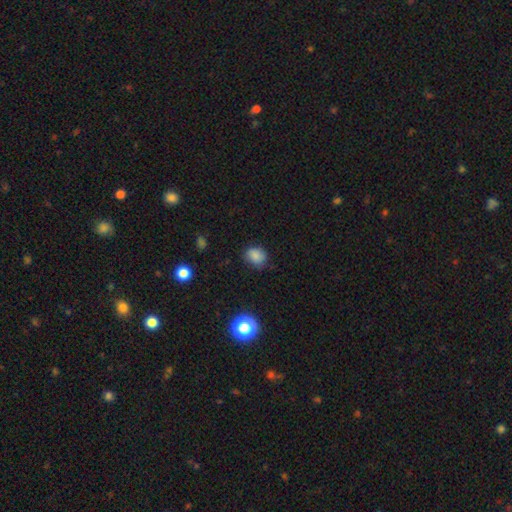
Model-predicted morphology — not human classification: Q: Smooth or featured?
A: smooth (82%); runner-up: star or artifact (12%)
Q: How rounded?
A: round (58%); runner-up: in between (41%)
Q: Merging?
A: none (73%); runner-up: minor disturbance (22%)